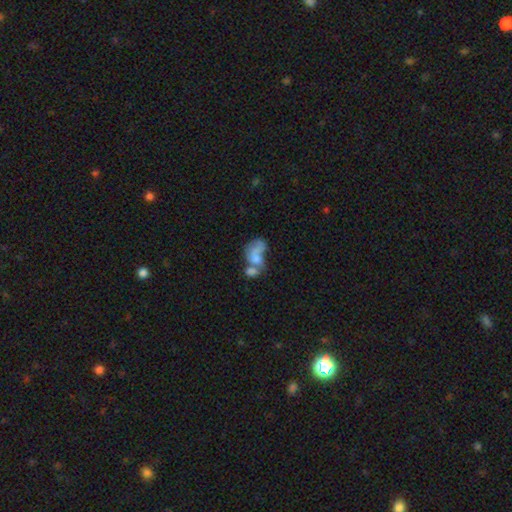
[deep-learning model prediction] This is possibly a smooth galaxy (57%). How rounded: clearly in between (81%). Merging: likely merger (63%).